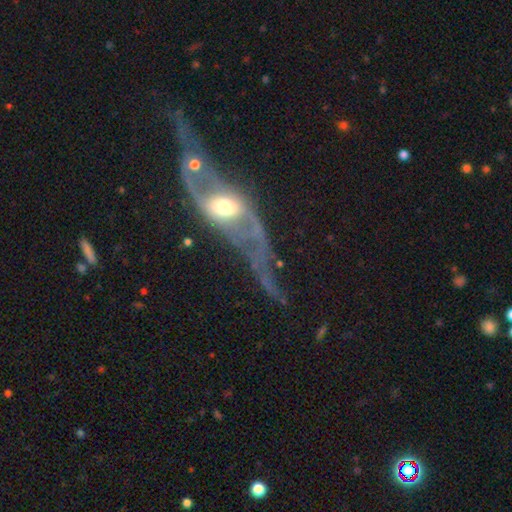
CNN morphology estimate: Smooth or featured: featured or disk — 85% (smooth — 8%)
Edge-on disk: no — 82% (yes — 18%)
Bar: weak — 38% (no — 34%)
Spiral arms: yes — 87% (no — 13%)
Spiral winding: loose — 76% (medium — 18%)
Spiral arm count: 2 — 88% (can't tell — 5%)
Bulge size: moderate — 62% (small — 22%)
Merging: none — 38% (major disturbance — 30%)